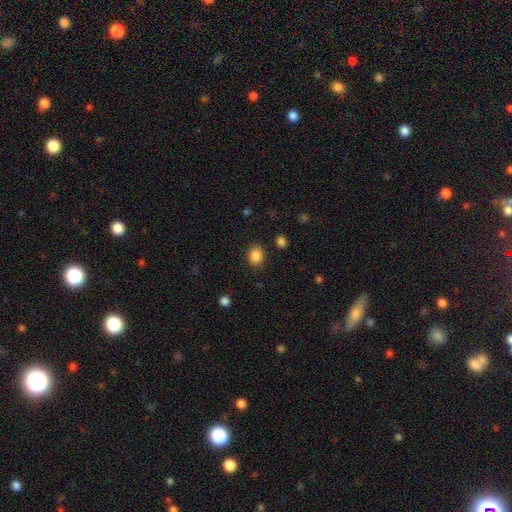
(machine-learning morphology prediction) A smooth galaxy with no disk features (86%) that is in between round and cigar-shaped (53%).

Vote fractions:
- Smooth or featured? smooth: 86% / star or artifact: 10% / featured or disk: 4%
- How rounded? in between: 53% / round: 47% / cigar-shaped: 1%
- Merging? none: 85% / minor disturbance: 10% / major disturbance: 3% / merger: 2%